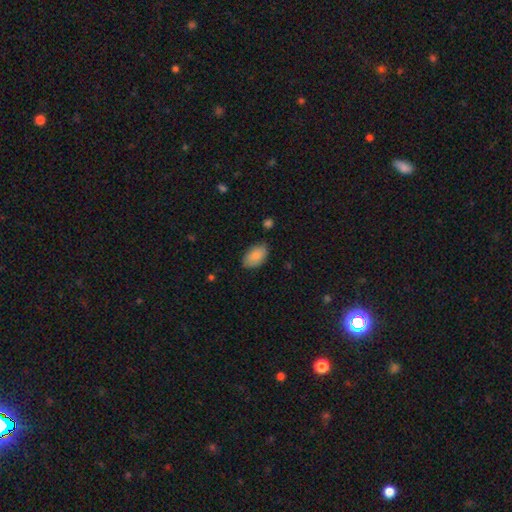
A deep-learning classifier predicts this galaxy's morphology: Smooth or featured: smooth — 86% (featured or disk — 7%)
How rounded: in between — 92% (round — 6%)
Merging: none — 77% (minor disturbance — 18%)